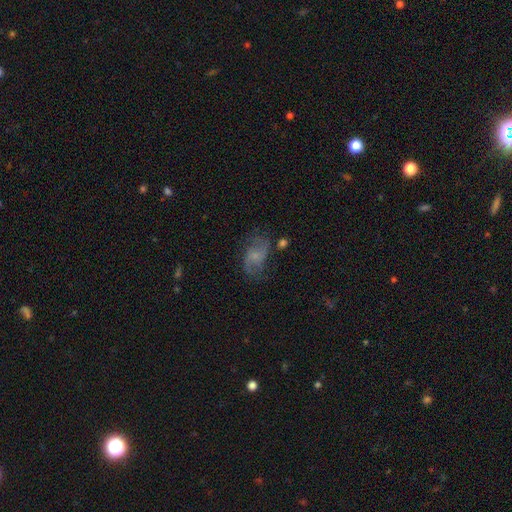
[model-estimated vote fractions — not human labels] The model was most divided on "bar": no: 56%, weak: 37%, strong: 7%. More confident: edge-on disk — no (97%); spiral arms — yes (87%); spiral arm count — 2 (83%); smooth or featured — featured or disk (63%); merging — none (61%); spiral winding — loose (58%); bulge size — small (53%).